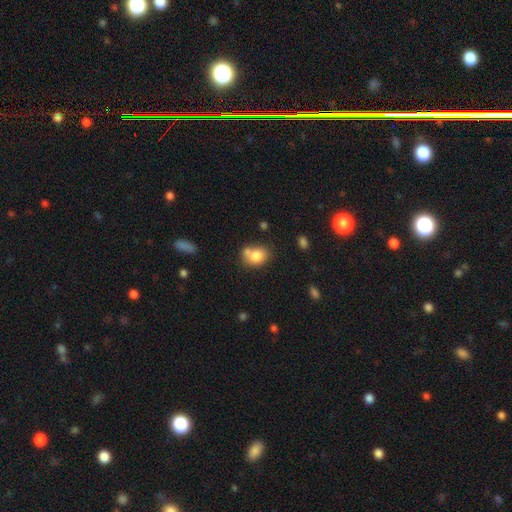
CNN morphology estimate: A smooth galaxy with no disk features (79%) that is in between round and cigar-shaped (57%).

Vote fractions:
- Smooth or featured? smooth: 79% / featured or disk: 12% / star or artifact: 9%
- How rounded? in between: 57% / round: 42% / cigar-shaped: 1%
- Merging? none: 46% / merger: 30% / minor disturbance: 17% / major disturbance: 7%